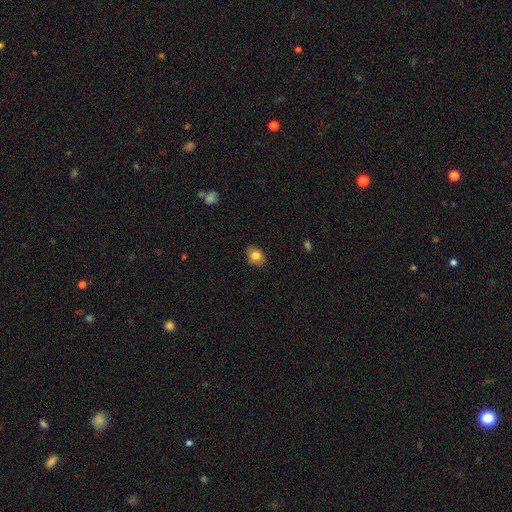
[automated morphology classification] This is clearly a smooth galaxy (80%). How rounded: likely in between (61%). Merging: clearly none (83%).